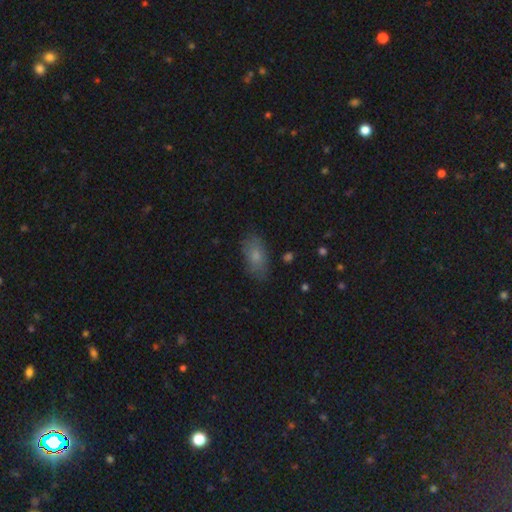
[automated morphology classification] smooth 77%, featured or disk 13%, star or artifact 9%. Down the decision tree: how rounded — in between (89%); merging — none (79%).